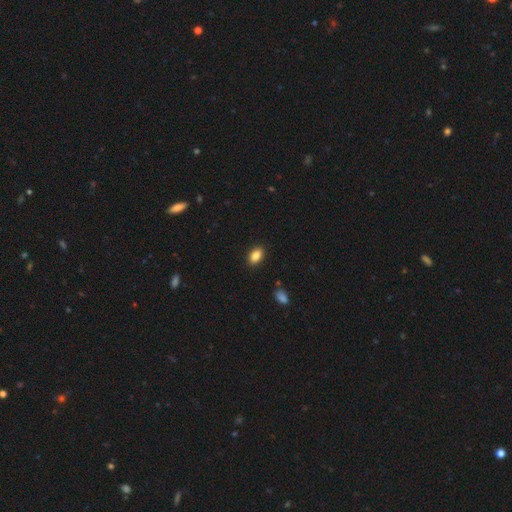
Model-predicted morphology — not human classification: smooth_or_featured: smooth (p=0.85) [alt: star or artifact p=0.09]
how_rounded: in between (p=0.89) [alt: round p=0.09]
merging: none (p=0.88) [alt: minor disturbance p=0.08]